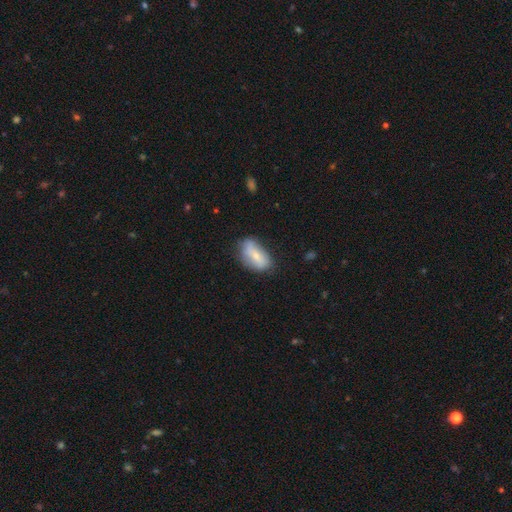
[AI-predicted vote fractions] This appears to be a smooth galaxy with no disk features (63%) that is in between round and cigar-shaped (90%). Merging: none (59%).